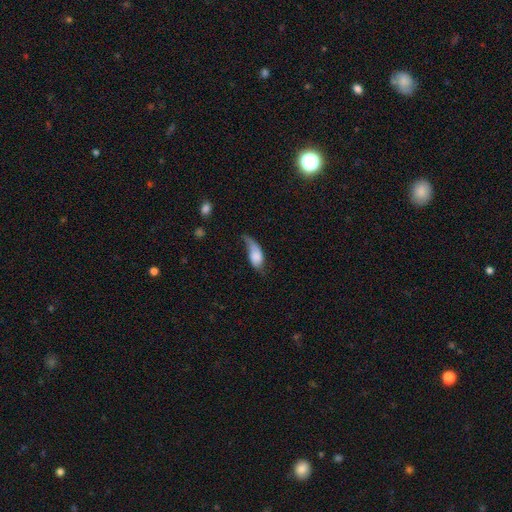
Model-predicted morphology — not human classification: Smooth or featured? Predicted: smooth (p=0.61). How rounded? Predicted: in between (p=0.86). Merging? Predicted: major disturbance (p=0.39).